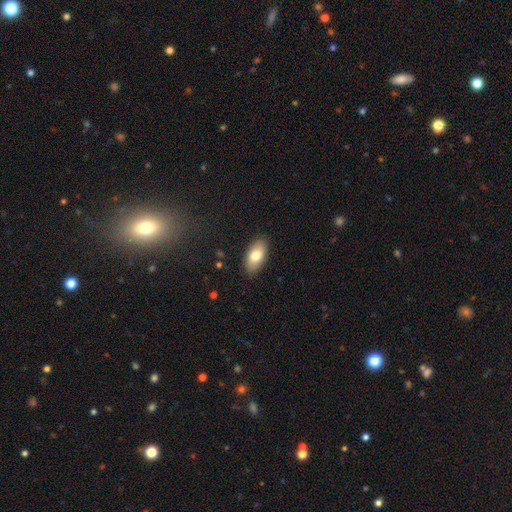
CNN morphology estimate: This is likely a smooth galaxy (78%). How rounded: clearly in between (93%). Merging: clearly none (88%).